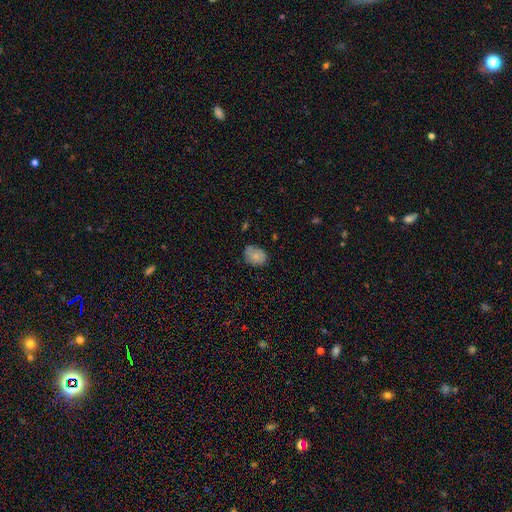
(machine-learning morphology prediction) Smooth or featured? smooth (78%)
How rounded? in between (68%)
Merging? none (68%)